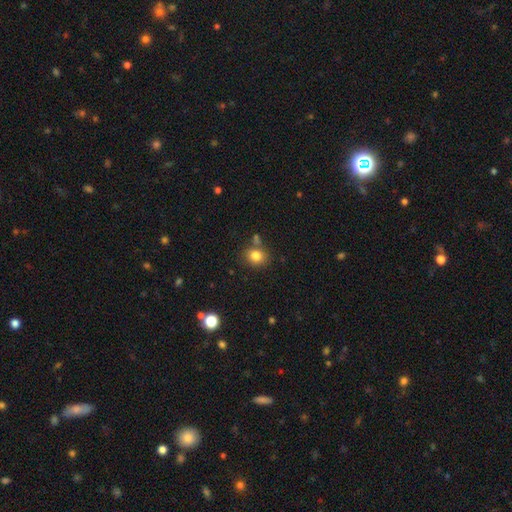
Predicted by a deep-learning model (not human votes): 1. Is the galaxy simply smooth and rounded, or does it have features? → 82% smooth, 11% star or artifact, 6% featured or disk.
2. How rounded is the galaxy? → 66% round, 33% in between, 1% cigar-shaped.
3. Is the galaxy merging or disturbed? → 74% none, 12% minor disturbance, 10% merger, 4% major disturbance.